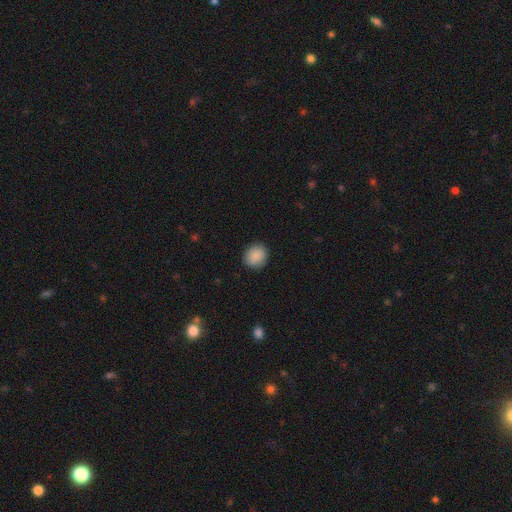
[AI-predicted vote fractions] smooth_or_featured: smooth (p=0.89) [alt: star or artifact p=0.07]
how_rounded: round (p=0.80) [alt: in between p=0.19]
merging: none (p=0.87) [alt: minor disturbance p=0.09]